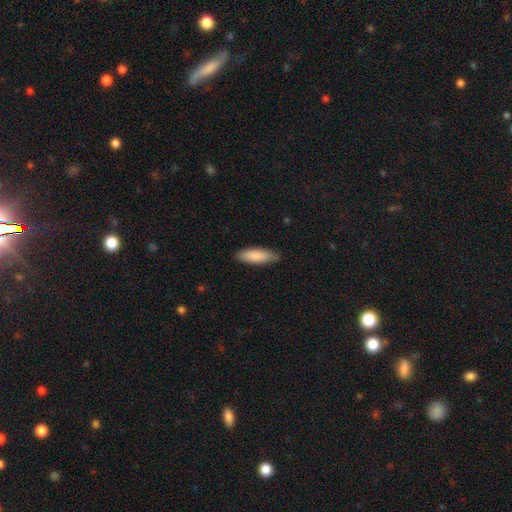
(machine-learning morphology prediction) type=smooth (87%); roundness=in between (55%); merging=none (84%).